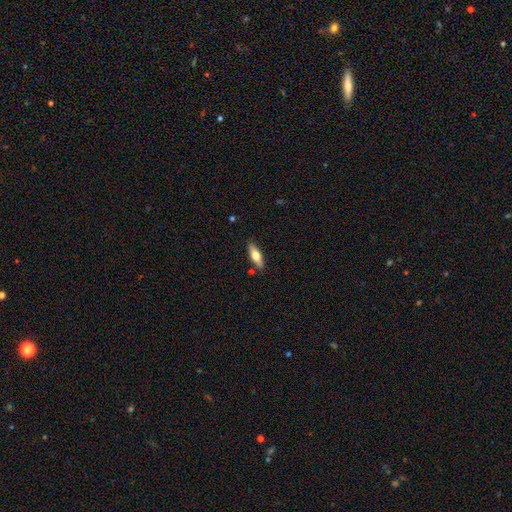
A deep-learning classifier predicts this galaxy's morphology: smooth-or-featured: smooth: 61% | featured or disk: 33% | star or artifact: 6%
  how-rounded: in between: 58% | cigar-shaped: 40% | round: 2%
  merging: none: 85% | minor disturbance: 11% | merger: 3% | major disturbance: 2%